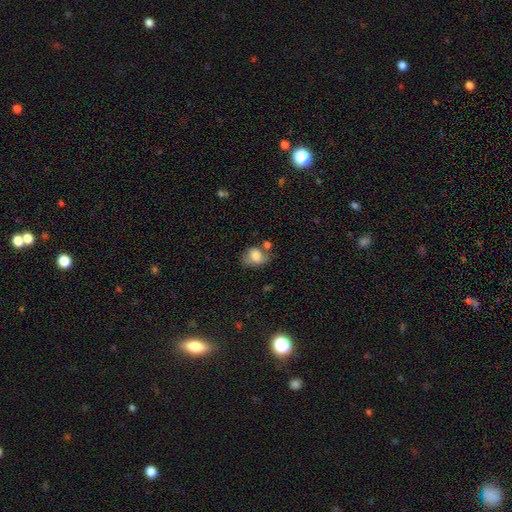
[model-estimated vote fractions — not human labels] Smooth or featured? Predicted: smooth (p=0.71). How rounded? Predicted: in between (p=0.68). Merging? Predicted: none (p=0.44).